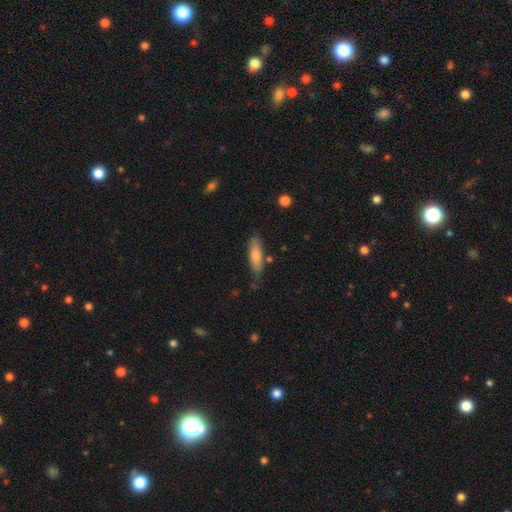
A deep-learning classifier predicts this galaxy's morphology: Overall: smooth (76%). How rounded: cigar-shaped (54%; in between 45%). Merging: none (73%).